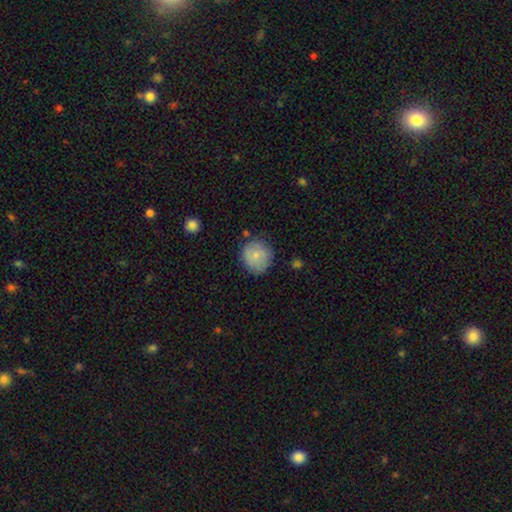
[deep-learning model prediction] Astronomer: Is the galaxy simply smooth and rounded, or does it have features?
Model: smooth — 78%.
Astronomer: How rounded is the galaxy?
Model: round — 89%.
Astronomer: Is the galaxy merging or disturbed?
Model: none — 77%.